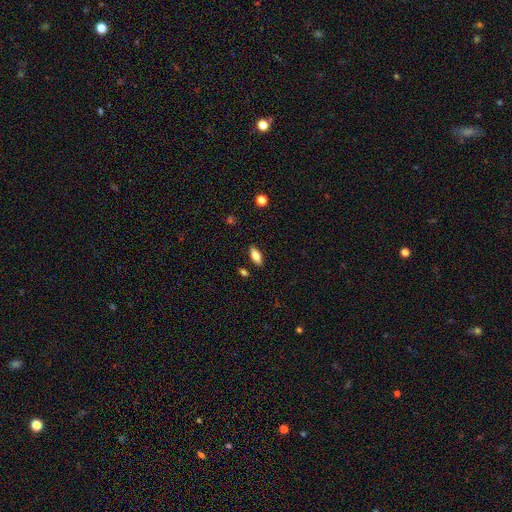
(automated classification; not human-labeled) smooth 68%, featured or disk 24%, star or artifact 8%. Down the decision tree: how rounded — in between (79%); merging — none (87%).